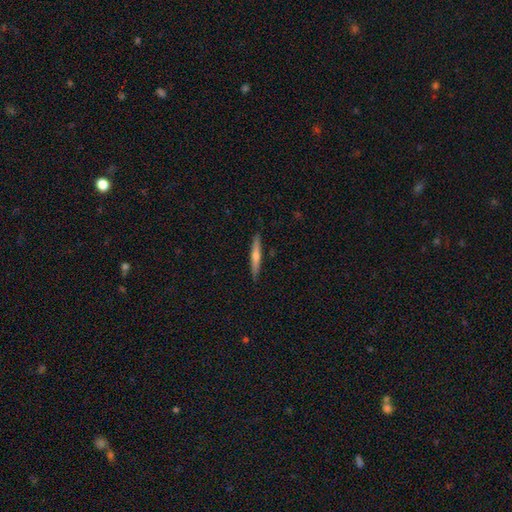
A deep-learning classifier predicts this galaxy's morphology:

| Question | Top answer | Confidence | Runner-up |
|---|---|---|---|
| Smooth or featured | featured or disk | 54% | smooth (40%) |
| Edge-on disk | yes | 96% | no (4%) |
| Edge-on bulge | rounded | 76% | none (20%) |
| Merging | none | 91% | minor disturbance (7%) |